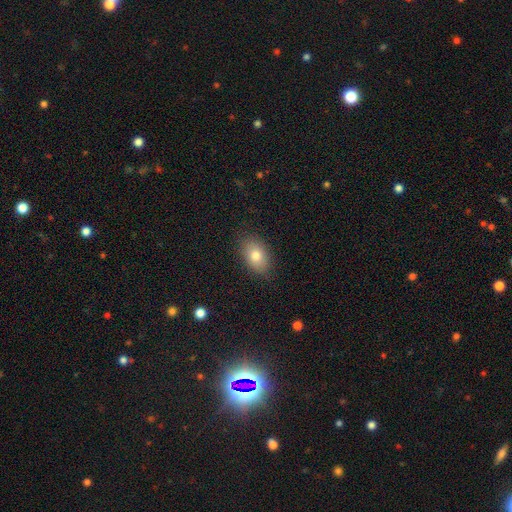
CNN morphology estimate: Smooth or featured? Predicted: smooth (p=0.78). How rounded? Predicted: in between (p=0.86). Merging? Predicted: none (p=0.86).